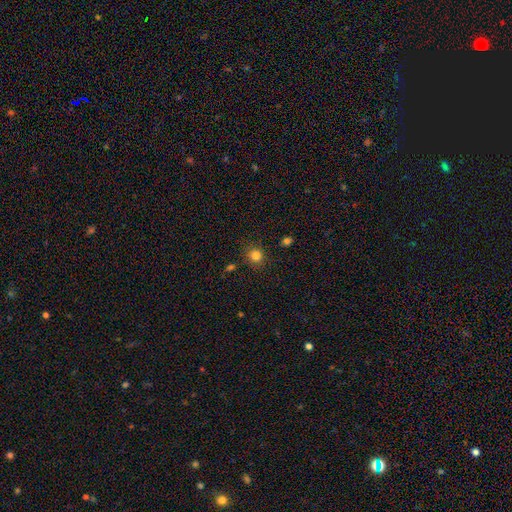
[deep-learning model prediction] Smooth or featured: smooth — 82% (star or artifact — 13%)
How rounded: round — 84% (in between — 15%)
Merging: none — 83% (minor disturbance — 11%)